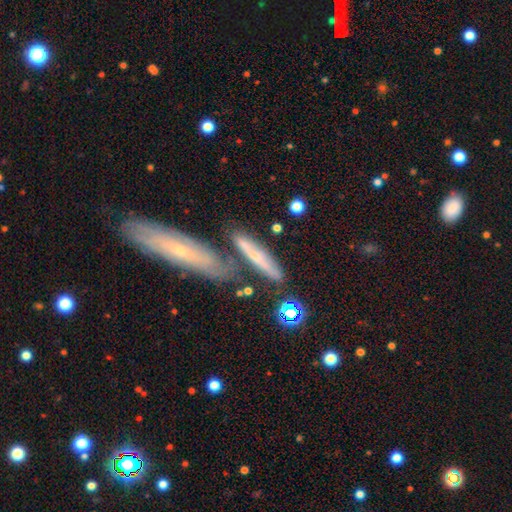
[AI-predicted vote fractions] This is possibly a smooth galaxy (48%). Merging: possibly none (58%).